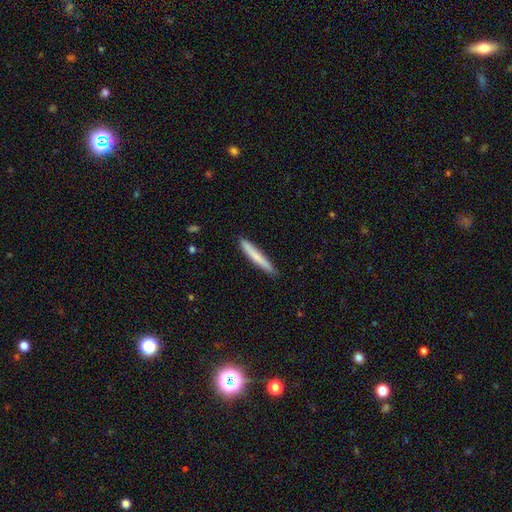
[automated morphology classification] smooth-or-featured: smooth: 73% | featured or disk: 21% | star or artifact: 5%
  how-rounded: cigar-shaped: 96% | in between: 3% | round: 1%
  merging: none: 89% | minor disturbance: 8% | major disturbance: 1% | merger: 1%